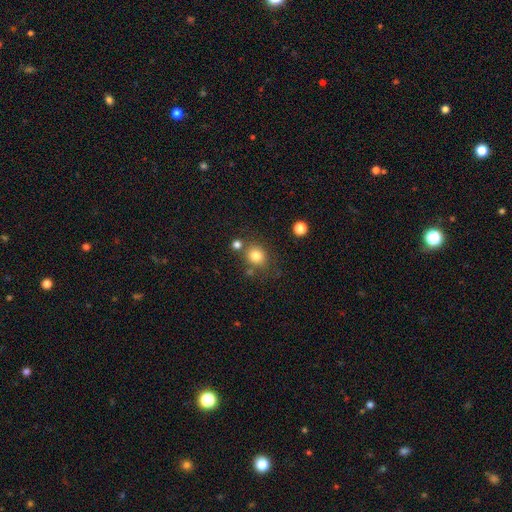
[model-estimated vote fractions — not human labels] This is clearly a smooth galaxy (81%). How rounded: likely round (77%). Merging: likely none (71%).